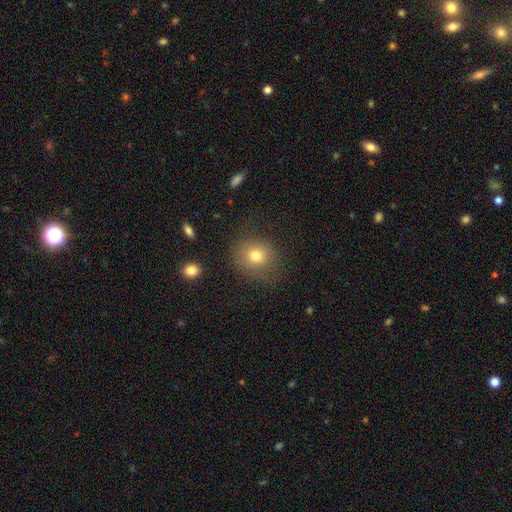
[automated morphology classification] Smooth or featured? Predicted: smooth (p=0.76). How rounded? Predicted: round (p=0.76). Merging? Predicted: none (p=0.72).